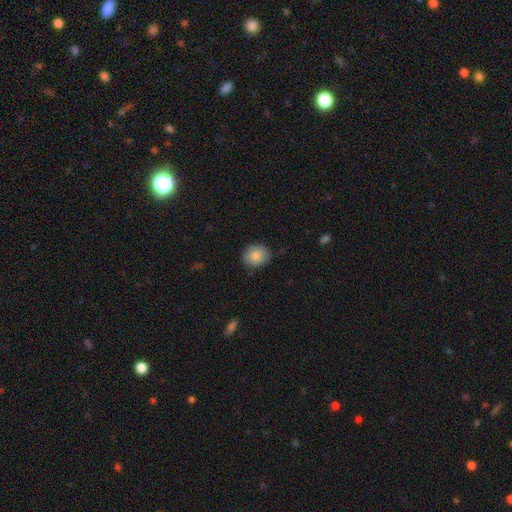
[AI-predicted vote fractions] A smooth galaxy with no disk features (83%) that is round (59%). Merging: none (85%).